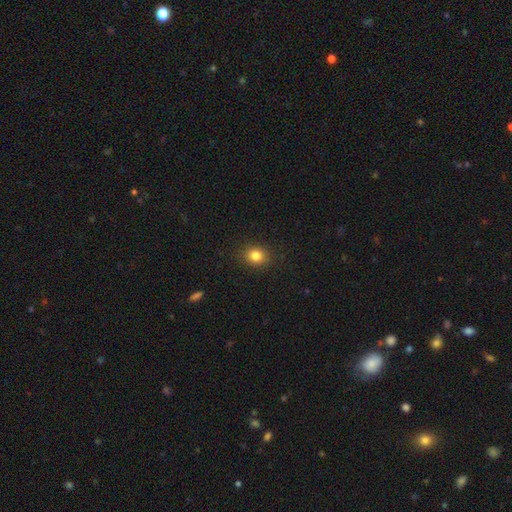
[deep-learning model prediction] smooth-or-featured: smooth: 83% | star or artifact: 11% | featured or disk: 5%
  how-rounded: round: 70% | in between: 29% | cigar-shaped: 1%
  merging: none: 88% | minor disturbance: 8% | major disturbance: 3% | merger: 1%